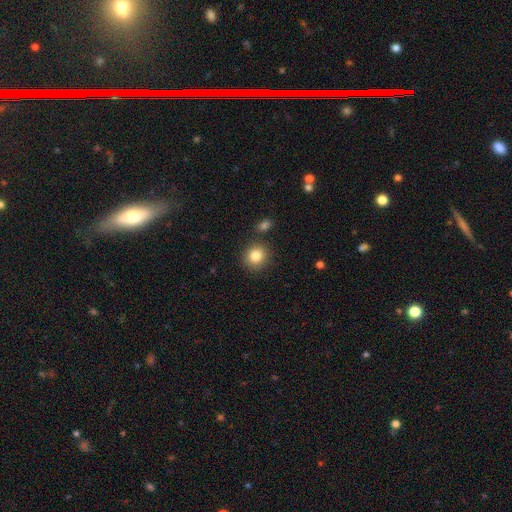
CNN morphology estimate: Smooth or featured? Predicted: smooth (p=0.84). How rounded? Predicted: round (p=0.85). Merging? Predicted: none (p=0.85).